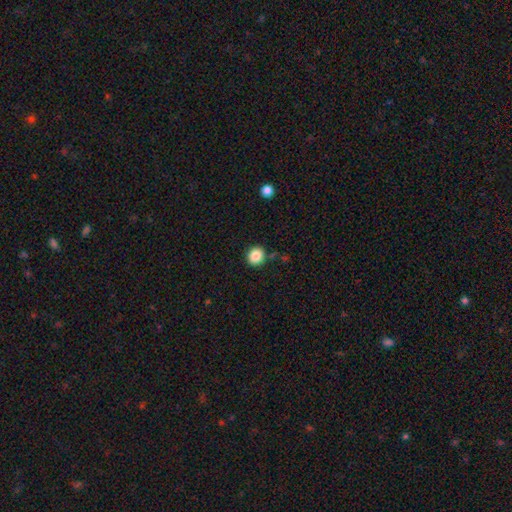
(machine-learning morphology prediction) This is clearly a smooth galaxy (87%). How rounded: clearly round (88%). Merging: clearly none (85%).